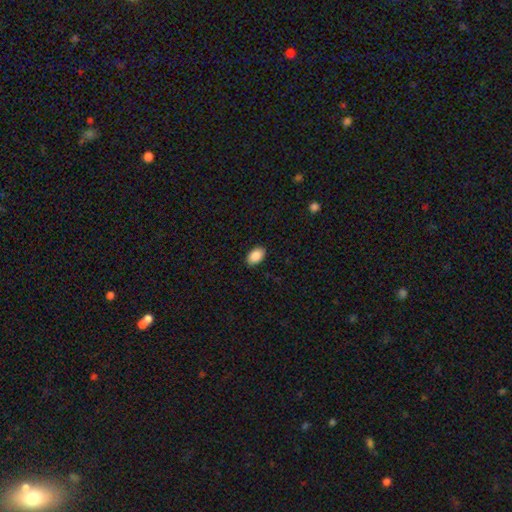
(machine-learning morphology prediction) This is clearly a smooth galaxy (90%). How rounded: clearly in between (91%). Merging: clearly none (89%).